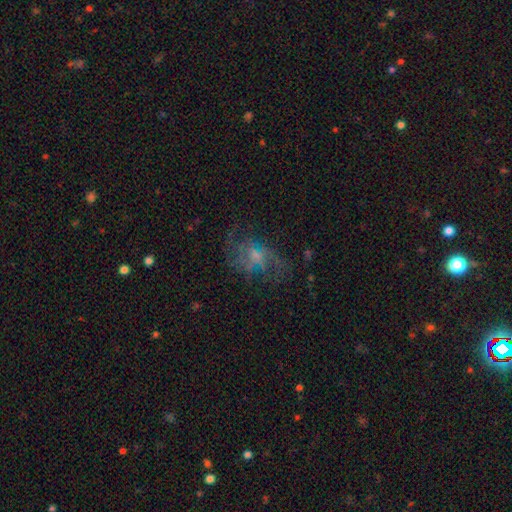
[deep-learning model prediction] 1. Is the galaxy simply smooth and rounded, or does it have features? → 64% featured or disk, 20% smooth, 15% star or artifact.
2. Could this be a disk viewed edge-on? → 96% no, 4% yes.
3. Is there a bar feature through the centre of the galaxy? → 53% no, 40% weak, 7% strong.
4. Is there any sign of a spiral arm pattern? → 79% yes, 21% no.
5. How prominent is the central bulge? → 41% small, 35% moderate, 18% none, 5% large, 1% dominant.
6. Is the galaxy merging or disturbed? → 59% none, 21% major disturbance, 18% minor disturbance, 2% merger.